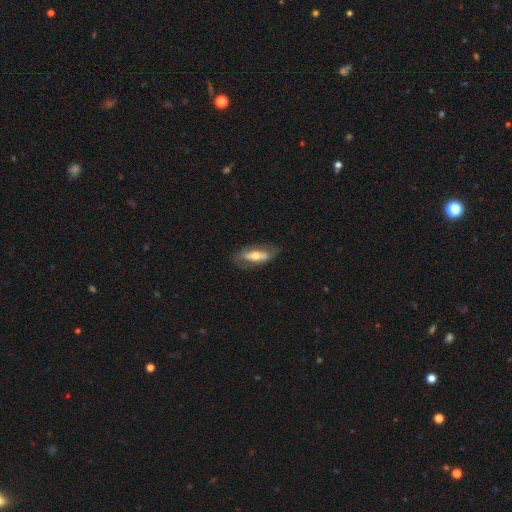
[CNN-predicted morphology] This is possibly a featured or disk galaxy (51%). It is possibly not viewed edge-on (58%). Merging: likely none (72%).